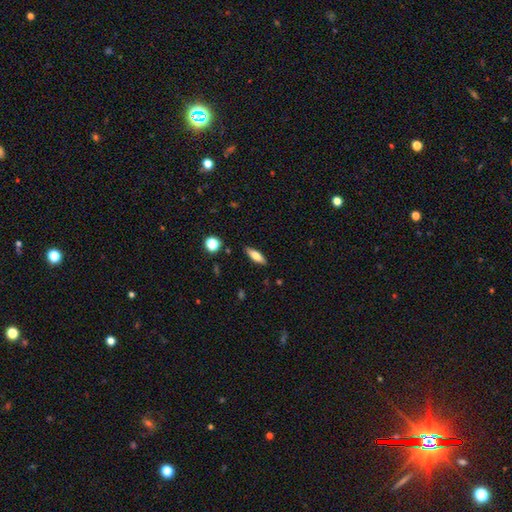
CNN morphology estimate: Smooth or featured: smooth — 64% (featured or disk — 29%)
How rounded: cigar-shaped — 49% (in between — 48%)
Merging: none — 87% (minor disturbance — 9%)